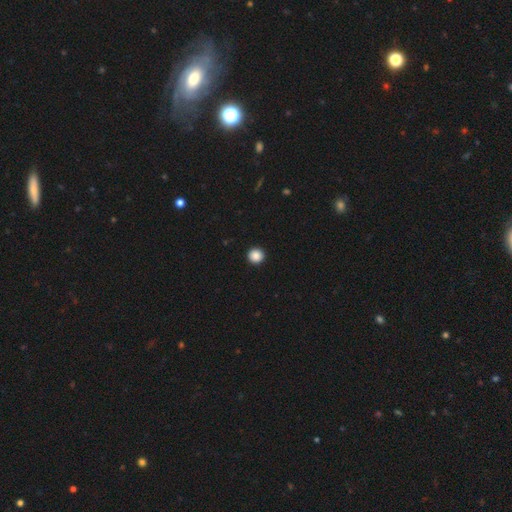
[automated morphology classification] smooth 88%, star or artifact 10%, featured or disk 3%. Down the decision tree: how rounded — round (96%); merging — none (94%).